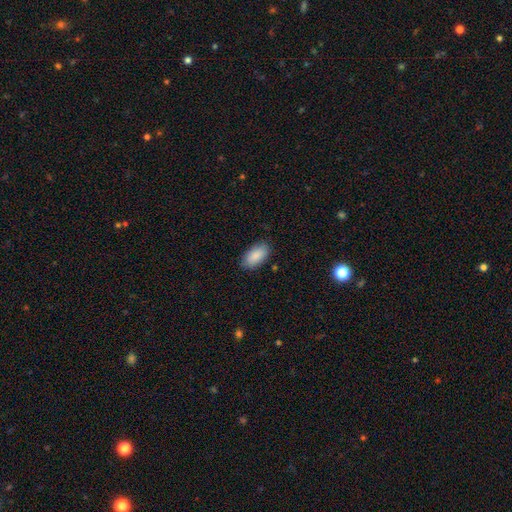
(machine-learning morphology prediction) smooth-or-featured: smooth: 89% | star or artifact: 6% | featured or disk: 5%
  how-rounded: in between: 94% | cigar-shaped: 4% | round: 2%
  merging: none: 86% | minor disturbance: 11% | major disturbance: 2% | merger: 1%